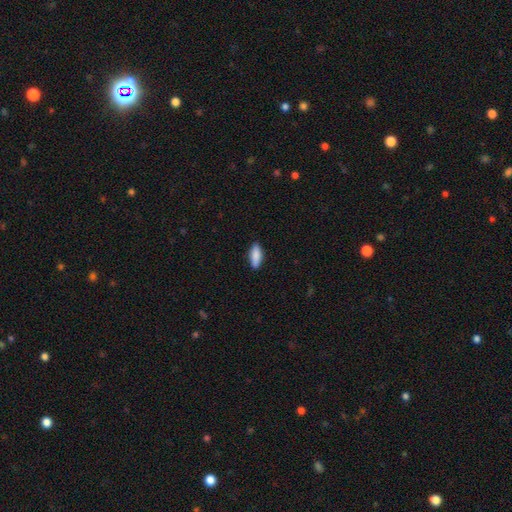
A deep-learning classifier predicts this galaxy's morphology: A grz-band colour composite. It shows a smooth galaxy with no disk features (87%) that is in between round and cigar-shaped (70%). Merging: none (87%).